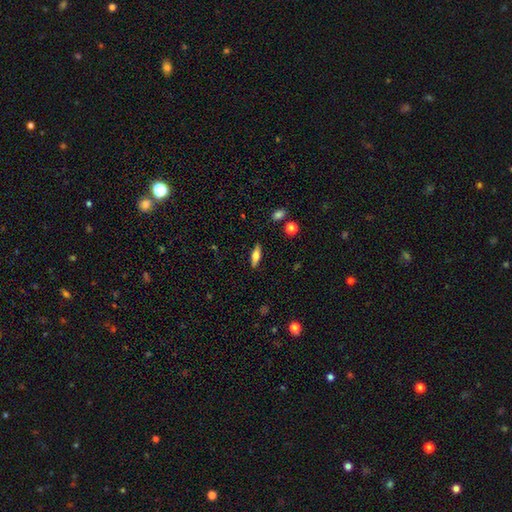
Q: Smooth or featured?
A: smooth (54%); runner-up: featured or disk (41%)
Q: How rounded?
A: in between (55%); runner-up: cigar-shaped (45%)
Q: Merging?
A: none (83%); runner-up: minor disturbance (11%)